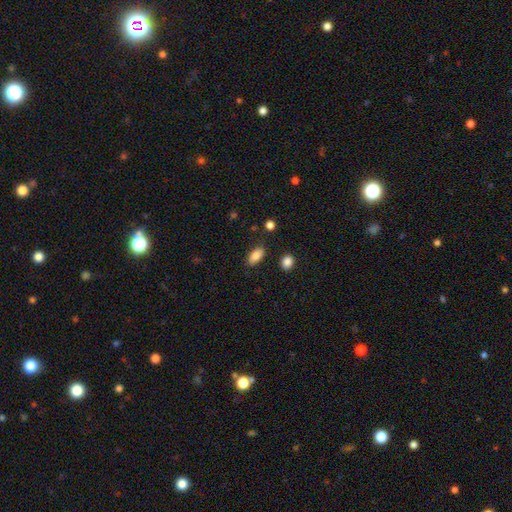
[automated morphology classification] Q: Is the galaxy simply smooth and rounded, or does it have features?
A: smooth — 85%.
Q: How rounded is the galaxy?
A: in between — 88%.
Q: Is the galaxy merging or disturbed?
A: none — 84%.